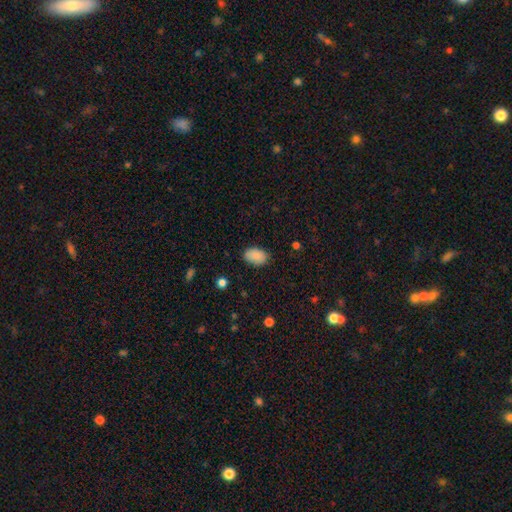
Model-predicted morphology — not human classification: Q: Smooth or featured?
A: smooth (89%); runner-up: star or artifact (7%)
Q: How rounded?
A: in between (89%); runner-up: round (9%)
Q: Merging?
A: none (84%); runner-up: minor disturbance (12%)